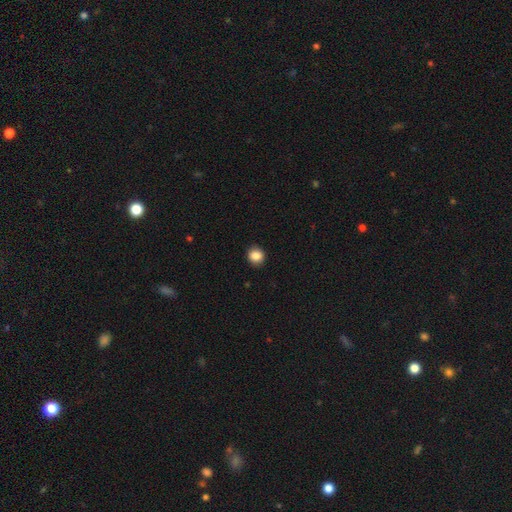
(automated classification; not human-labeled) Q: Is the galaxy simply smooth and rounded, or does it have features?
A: smooth — 86%.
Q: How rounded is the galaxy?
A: round — 80%.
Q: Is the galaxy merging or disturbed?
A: none — 90%.